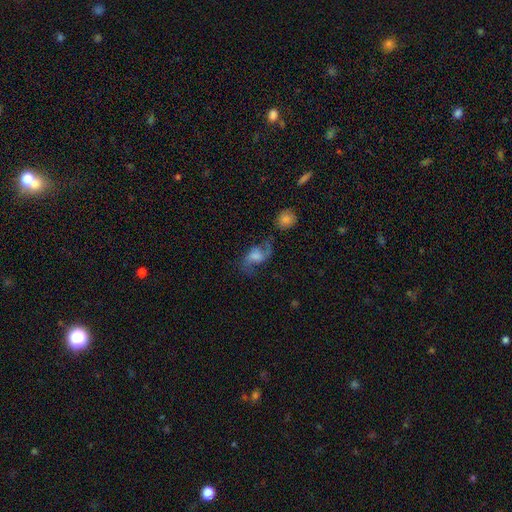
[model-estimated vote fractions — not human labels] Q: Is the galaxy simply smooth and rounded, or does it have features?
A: featured or disk — 55%.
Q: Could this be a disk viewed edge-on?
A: no — 94%.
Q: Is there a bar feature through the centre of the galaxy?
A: no — 52%.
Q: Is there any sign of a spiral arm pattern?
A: yes — 83%.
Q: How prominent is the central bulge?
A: moderate — 33%.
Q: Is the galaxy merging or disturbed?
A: none — 48%.